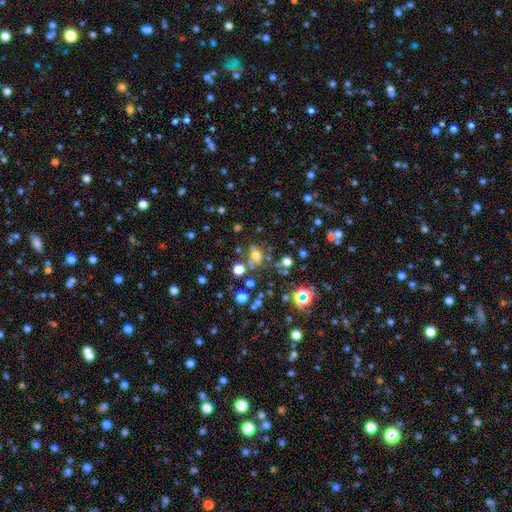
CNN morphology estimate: smooth 49%, star or artifact 32%, featured or disk 19%. Down the decision tree: merging — none (52%).